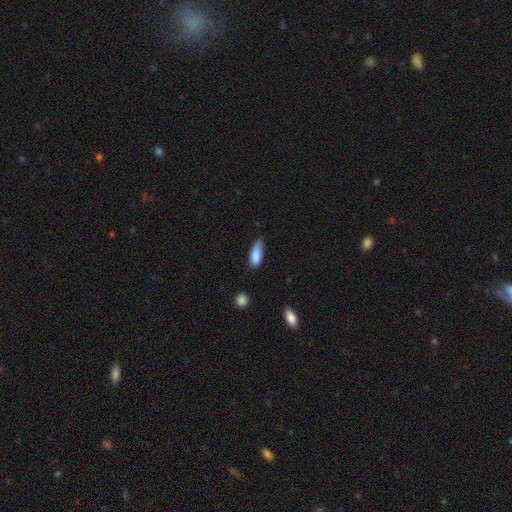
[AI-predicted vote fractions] Smooth or featured: smooth — 84% (featured or disk — 8%)
How rounded: in between — 70% (cigar-shaped — 27%)
Merging: none — 45% (minor disturbance — 43%)